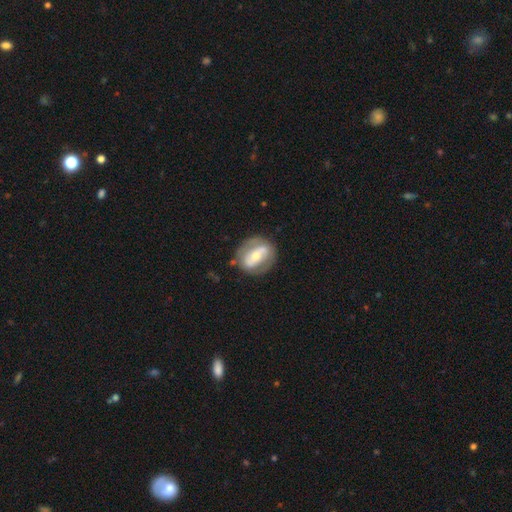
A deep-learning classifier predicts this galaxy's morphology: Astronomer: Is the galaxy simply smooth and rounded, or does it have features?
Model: featured or disk — 64%.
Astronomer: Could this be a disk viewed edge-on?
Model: no — 93%.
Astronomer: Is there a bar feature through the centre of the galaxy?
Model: strong — 49% (runner-up: no, 26%).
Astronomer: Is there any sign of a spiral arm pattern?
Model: no — 52% (runner-up: yes, 48%).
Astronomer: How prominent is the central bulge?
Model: moderate — 56% (runner-up: small, 35%).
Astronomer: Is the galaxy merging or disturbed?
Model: none — 74%.